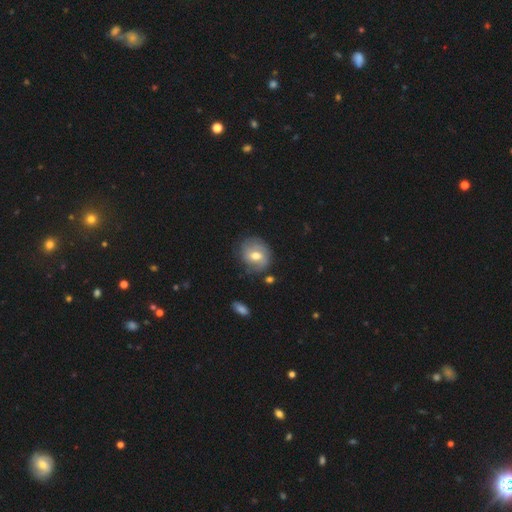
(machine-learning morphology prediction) type=featured or disk (47%); merging=none (69%).